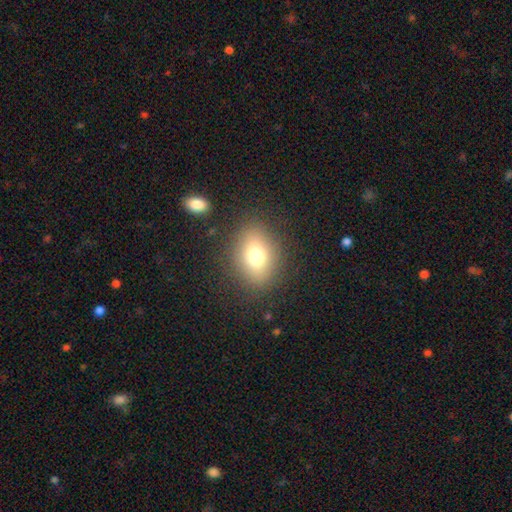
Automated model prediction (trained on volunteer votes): Morphology: type=smooth (73%); roundness=in between (62%); merging=none (84%).